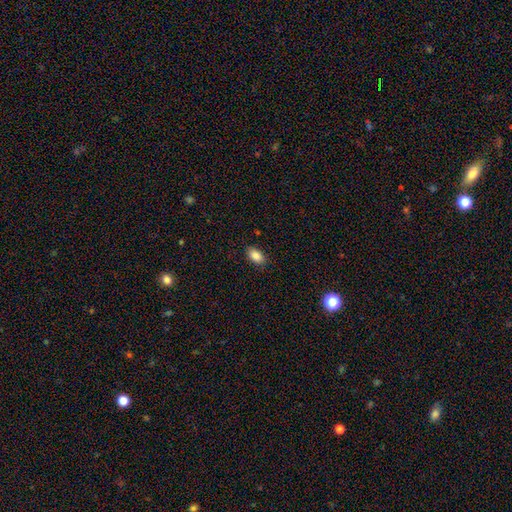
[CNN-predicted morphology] Smooth or featured?
  - smooth: 87% *
  - star or artifact: 8%
  - featured or disk: 5%
How rounded?
  - in between: 91% *
  - round: 6%
  - cigar-shaped: 2%
Merging?
  - none: 87% *
  - minor disturbance: 10%
  - major disturbance: 2%
  - merger: 1%